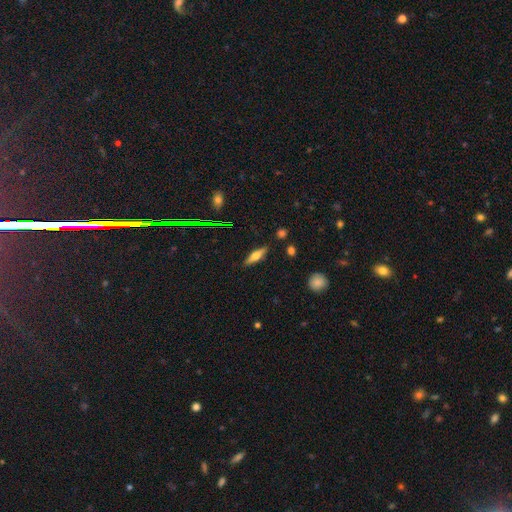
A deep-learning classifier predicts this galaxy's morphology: type=featured or disk (50%); edge-on=yes (93%); merging=none (86%).